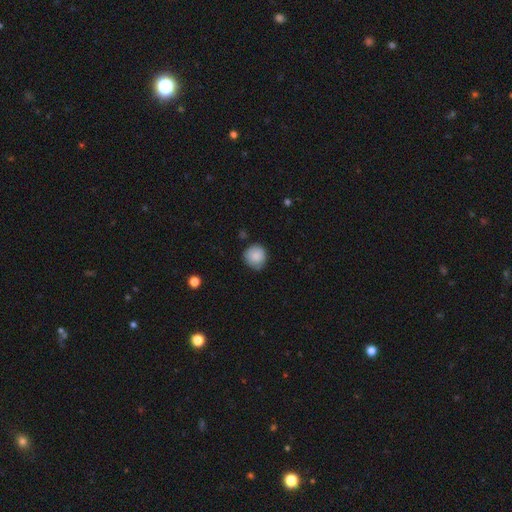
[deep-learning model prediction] smooth-or-featured: smooth: 86% | star or artifact: 8% | featured or disk: 6%
  how-rounded: round: 92% | in between: 7% | cigar-shaped: 1%
  merging: none: 76% | minor disturbance: 19% | major disturbance: 3% | merger: 2%